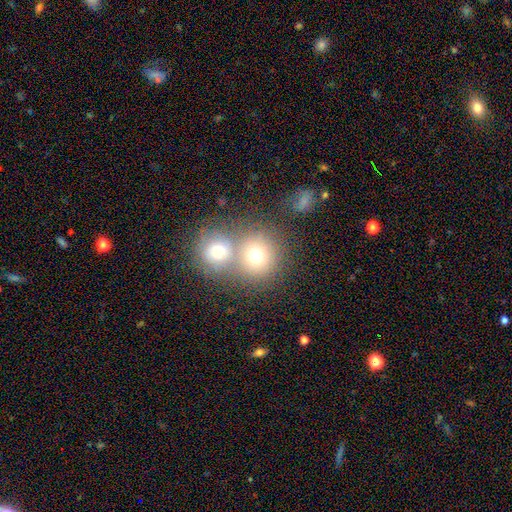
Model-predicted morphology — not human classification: Smooth or featured? smooth (72%)
How rounded? round (87%)
Merging? merger (49%)